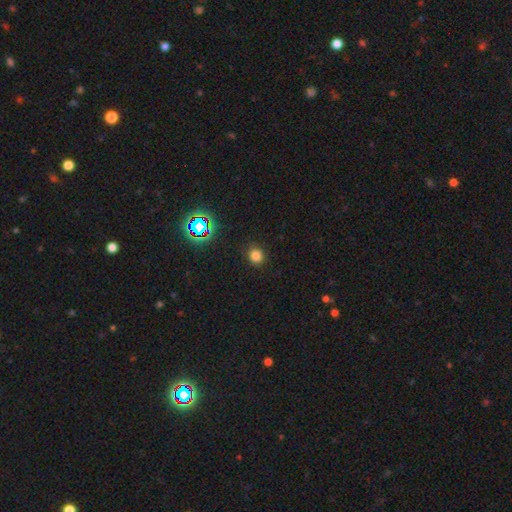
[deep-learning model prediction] smooth_or_featured: smooth (p=0.77) [alt: star or artifact p=0.18]
how_rounded: round (p=0.85) [alt: in between p=0.14]
merging: none (p=0.88) [alt: minor disturbance p=0.08]